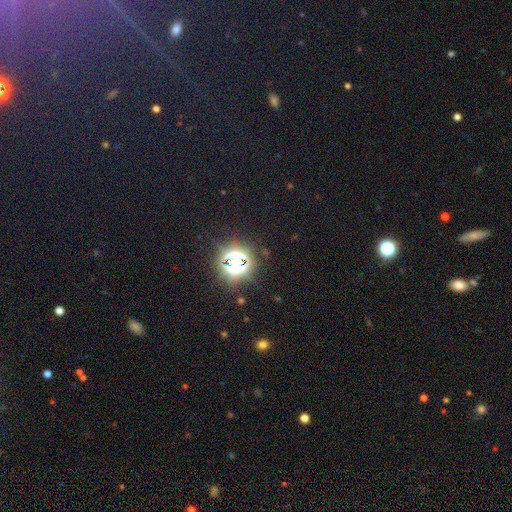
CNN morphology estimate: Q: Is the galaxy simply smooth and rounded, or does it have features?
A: star or artifact — 76%.